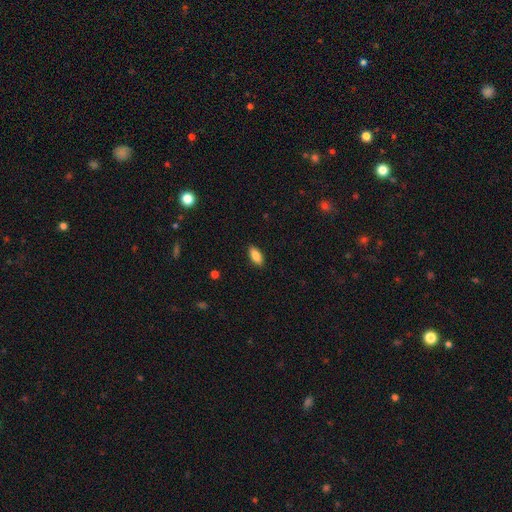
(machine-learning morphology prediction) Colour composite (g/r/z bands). It shows a smooth galaxy with no disk features (85%) that is in between round and cigar-shaped (87%). Merging: none (89%).